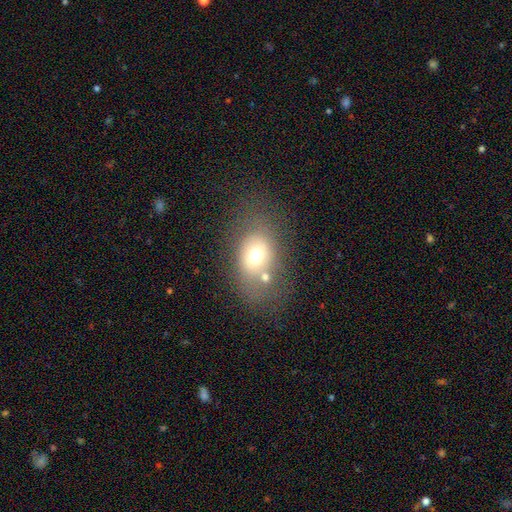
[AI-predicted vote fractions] This appears to be a smooth galaxy with no disk features (63%) that is in between round and cigar-shaped (63%). Merging: none (50%).